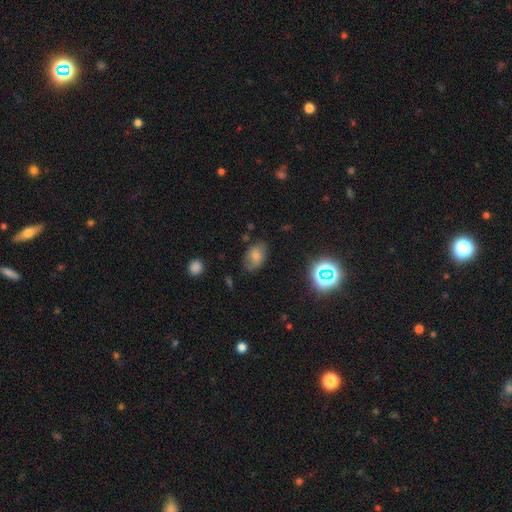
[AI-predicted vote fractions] Overall: smooth (68%). How rounded: in between (83%). Merging: none (70%).